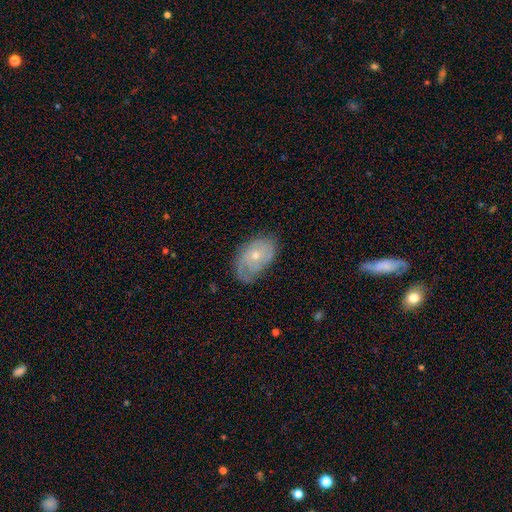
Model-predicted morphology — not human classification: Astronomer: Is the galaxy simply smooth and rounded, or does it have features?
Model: featured or disk — 56% (runner-up: smooth, 37%).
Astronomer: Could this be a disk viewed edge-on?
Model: no — 94%.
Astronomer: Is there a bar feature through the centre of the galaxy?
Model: no — 84%.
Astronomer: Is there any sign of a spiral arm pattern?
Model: yes — 72%.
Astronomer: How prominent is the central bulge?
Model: small — 54% (runner-up: moderate, 43%).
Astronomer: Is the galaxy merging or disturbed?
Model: none — 61%.